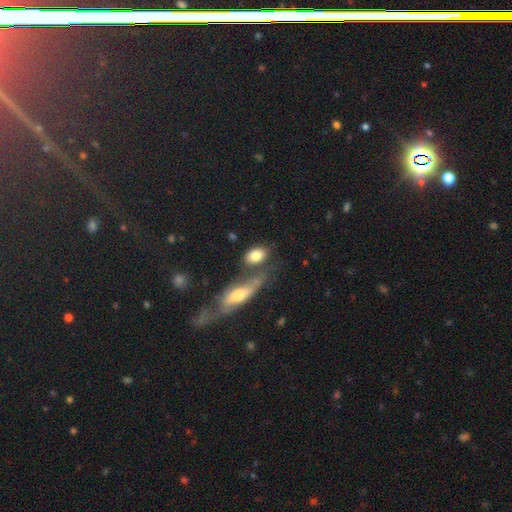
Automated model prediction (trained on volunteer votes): Smooth or featured: smooth — 79% (featured or disk — 14%)
How rounded: in between — 85% (round — 11%)
Merging: none — 52% (merger — 28%)